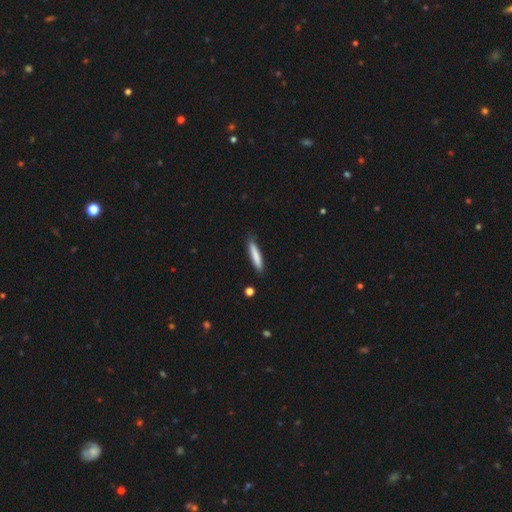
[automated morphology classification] The model was most divided on "smooth or featured": smooth: 82%, featured or disk: 12%, star or artifact: 6%. More confident: how rounded — cigar-shaped (89%); merging — none (85%).